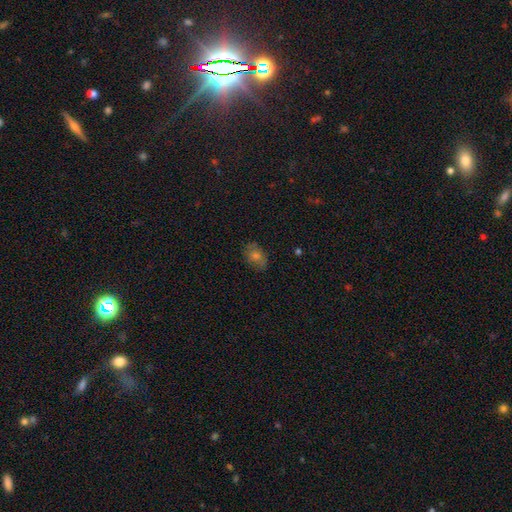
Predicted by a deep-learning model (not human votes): smooth-or-featured: smooth: 58% | featured or disk: 22% | star or artifact: 21%
  how-rounded: in between: 72% | round: 26% | cigar-shaped: 2%
  merging: none: 79% | minor disturbance: 16% | major disturbance: 4% | merger: 1%